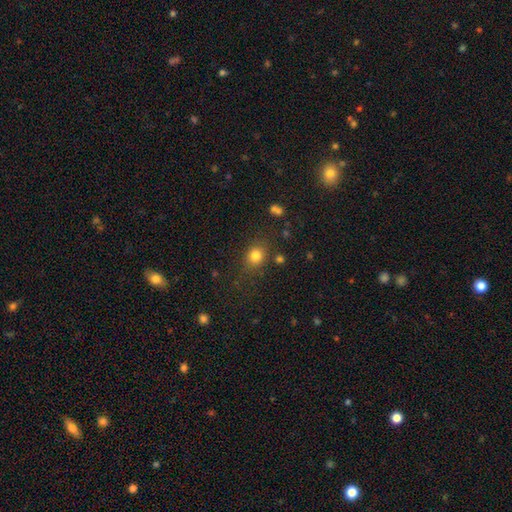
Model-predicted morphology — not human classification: This is clearly a smooth galaxy (81%). How rounded: likely round (65%). Merging: likely none (80%).